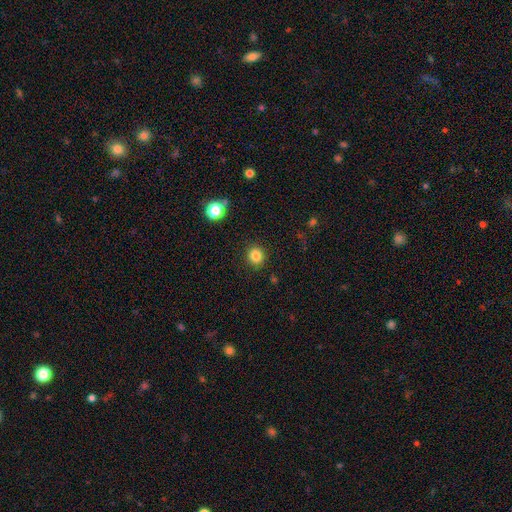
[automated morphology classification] A smooth galaxy with no disk features (84%) that is round (83%). Merging: none (90%).